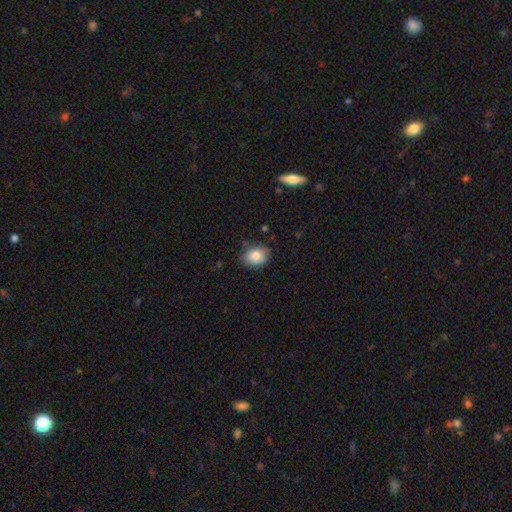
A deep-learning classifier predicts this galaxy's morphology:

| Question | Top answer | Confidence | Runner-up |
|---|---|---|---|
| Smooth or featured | smooth | 85% | star or artifact (8%) |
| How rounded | in between | 61% | round (38%) |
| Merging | none | 78% | minor disturbance (18%) |